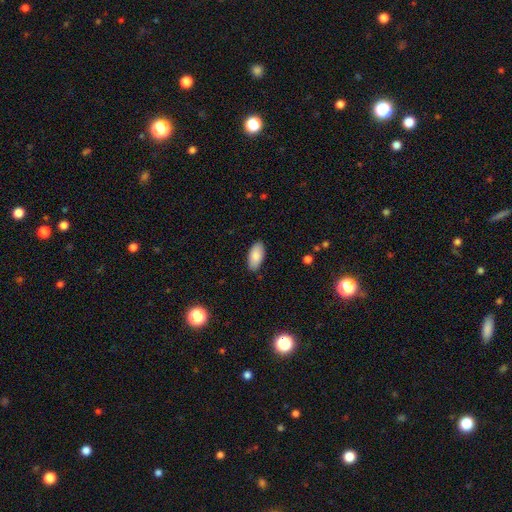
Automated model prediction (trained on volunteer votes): Smooth or featured? Predicted: smooth (p=0.87). How rounded? Predicted: in between (p=0.93). Merging? Predicted: none (p=0.87).